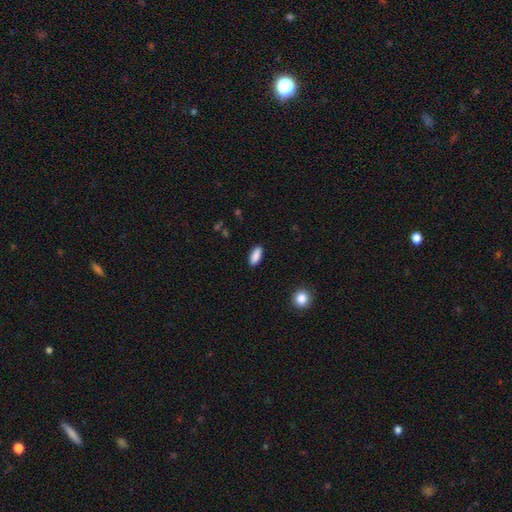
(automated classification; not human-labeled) Smooth or featured? Predicted: smooth (p=0.89). How rounded? Predicted: in between (p=0.80). Merging? Predicted: none (p=0.88).